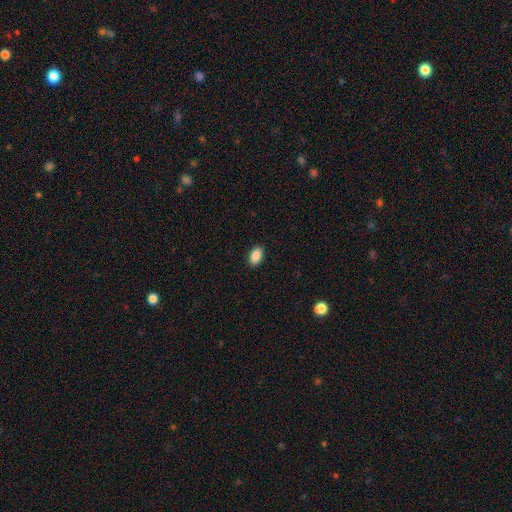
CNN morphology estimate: Smooth or featured? smooth (89%)
How rounded? in between (91%)
Merging? none (90%)